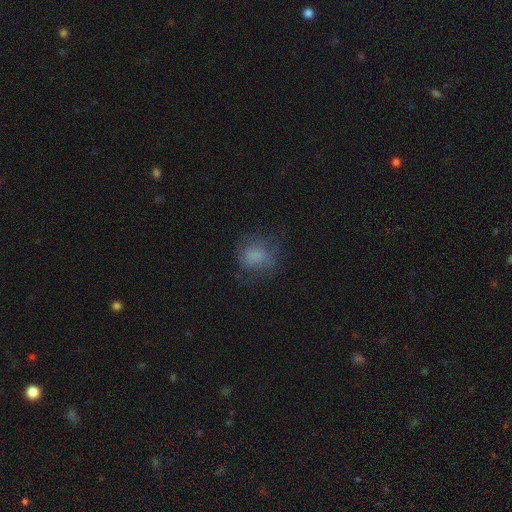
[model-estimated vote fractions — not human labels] smooth-or-featured: smooth: 68% | featured or disk: 20% | star or artifact: 12%
  how-rounded: round: 62% | in between: 37% | cigar-shaped: 1%
  merging: none: 53% | minor disturbance: 23% | major disturbance: 22% | merger: 2%